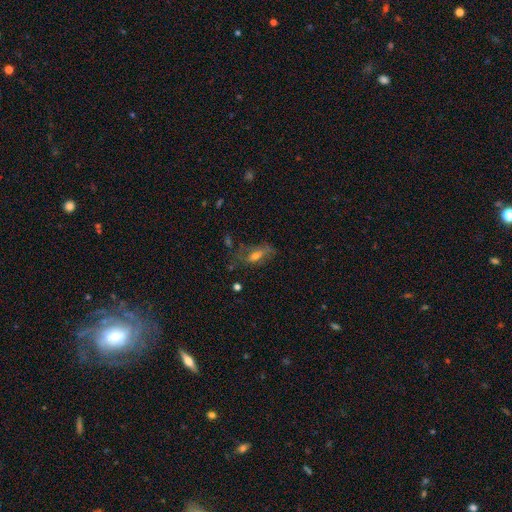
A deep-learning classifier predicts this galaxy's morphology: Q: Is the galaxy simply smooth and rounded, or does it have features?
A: featured or disk — 46%.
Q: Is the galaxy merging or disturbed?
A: none — 54%.